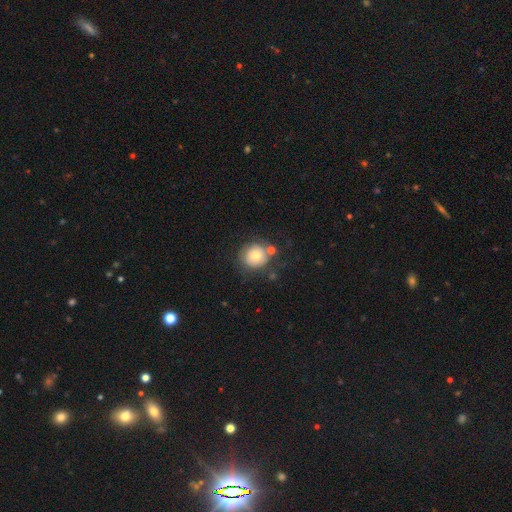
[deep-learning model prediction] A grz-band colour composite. It shows a smooth galaxy with no disk features (71%) that is round (87%). Merging: none (66%).